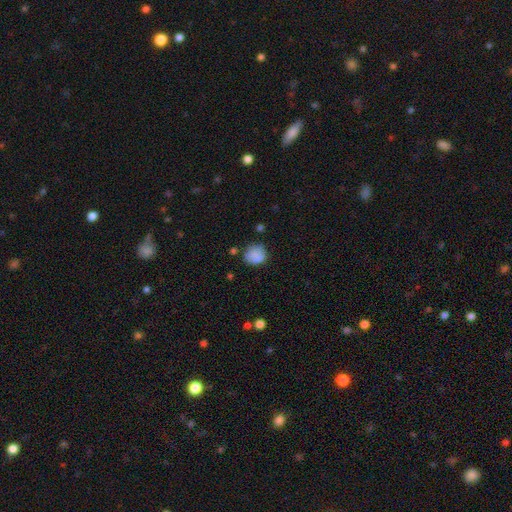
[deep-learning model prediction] Smooth or featured? smooth (81%)
How rounded? round (77%)
Merging? none (67%)